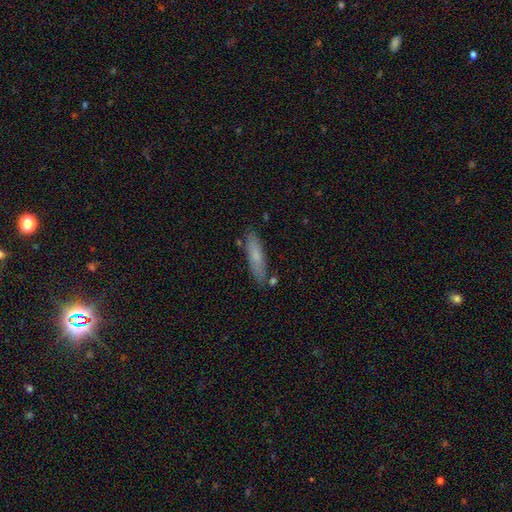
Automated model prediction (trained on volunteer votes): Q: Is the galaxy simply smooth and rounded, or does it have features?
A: smooth — 70%.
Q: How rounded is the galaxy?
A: cigar-shaped — 78%.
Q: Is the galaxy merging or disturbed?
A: none — 82%.